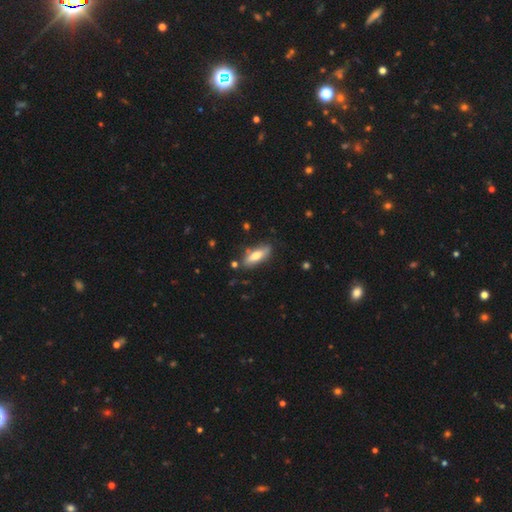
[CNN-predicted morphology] This is likely a smooth galaxy (65%). How rounded: likely in between (65%). Merging: likely none (78%).